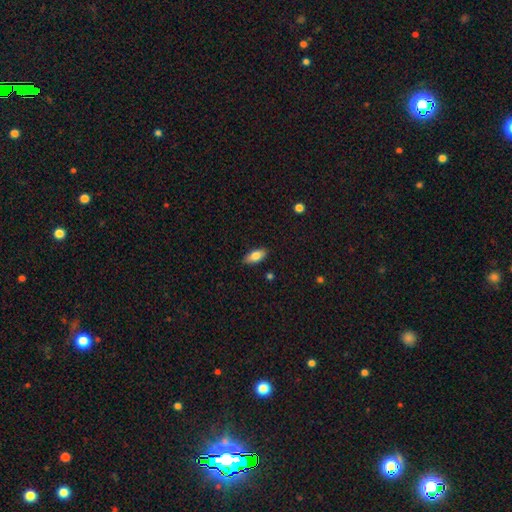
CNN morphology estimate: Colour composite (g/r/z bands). It shows a smooth galaxy with no disk features (78%) that is in between round and cigar-shaped (86%). Merging: none (87%).